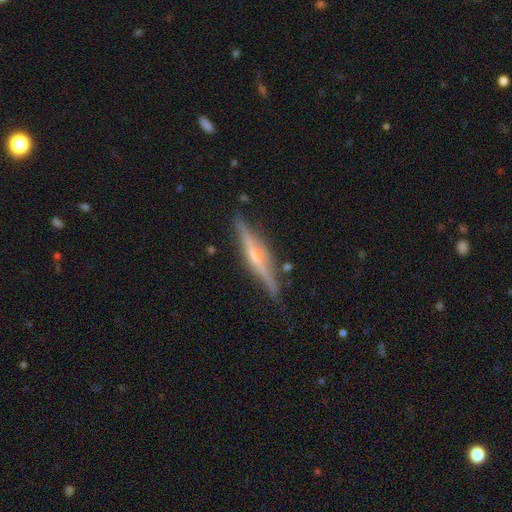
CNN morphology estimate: Smooth or featured: featured or disk — 76% (smooth — 18%)
Edge-on disk: yes — 97% (no — 3%)
Edge-on bulge: rounded — 62% (none — 23%)
Merging: none — 84% (minor disturbance — 12%)